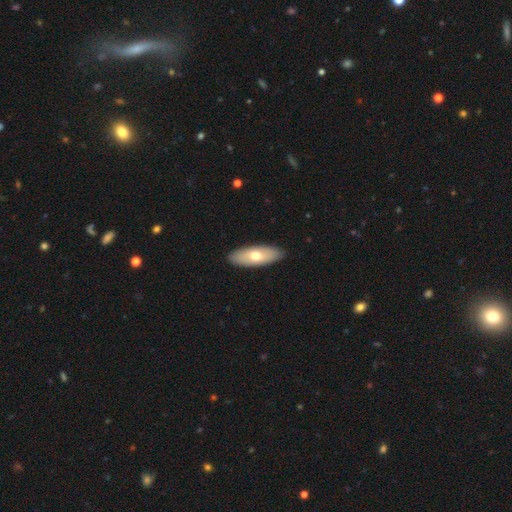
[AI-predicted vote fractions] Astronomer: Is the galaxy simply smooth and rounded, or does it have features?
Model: smooth — 62%.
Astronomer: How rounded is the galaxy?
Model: in between — 72%.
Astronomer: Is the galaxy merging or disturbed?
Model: none — 89%.